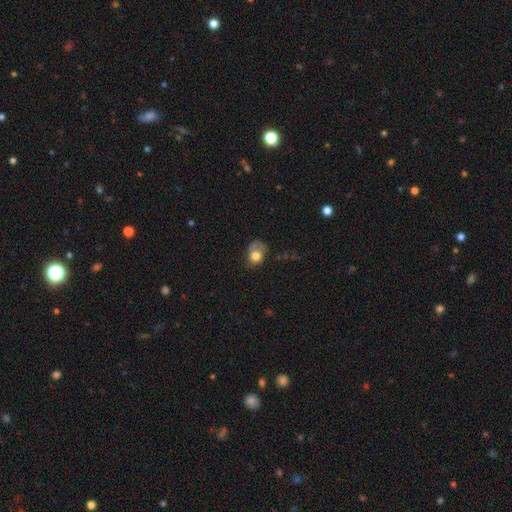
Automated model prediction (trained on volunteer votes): Smooth or featured? smooth (72%)
How rounded? in between (57%)
Merging? none (35%)